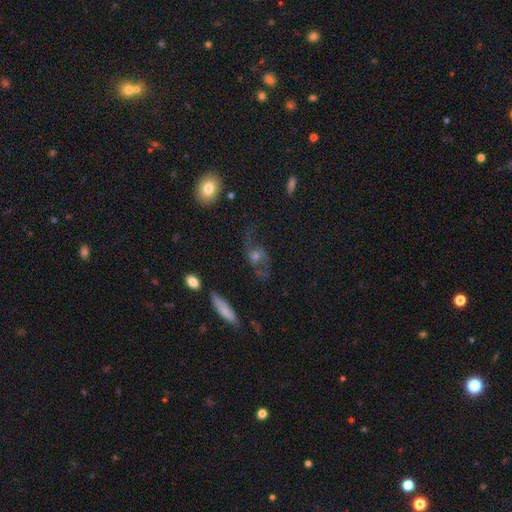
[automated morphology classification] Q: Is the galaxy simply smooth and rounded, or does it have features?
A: featured or disk — 67%.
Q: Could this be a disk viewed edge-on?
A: no — 89%.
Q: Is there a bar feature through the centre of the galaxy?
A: no — 65%.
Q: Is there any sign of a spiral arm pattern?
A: yes — 80%.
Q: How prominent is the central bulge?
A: moderate — 53%.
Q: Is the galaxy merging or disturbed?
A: none — 53%.